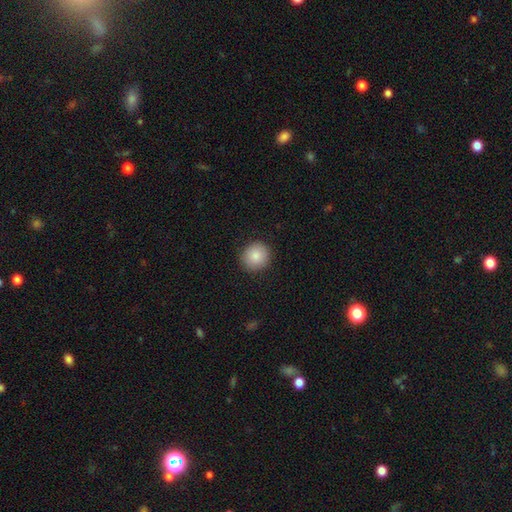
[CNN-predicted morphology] Smooth or featured? smooth (87%)
How rounded? round (90%)
Merging? none (90%)